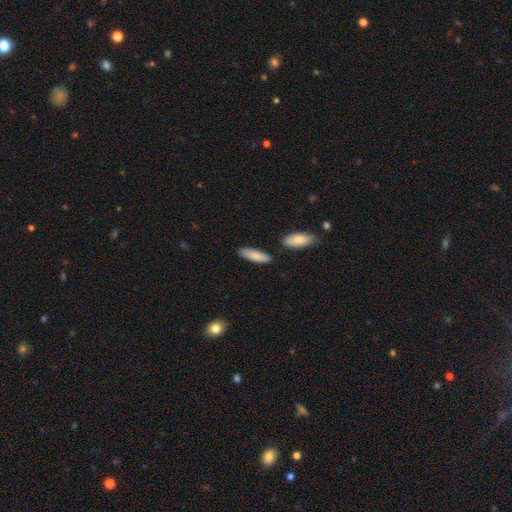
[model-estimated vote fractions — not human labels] smooth_or_featured: smooth (p=0.84) [alt: featured or disk p=0.11]
how_rounded: in between (p=0.57) [alt: cigar-shaped p=0.41]
merging: none (p=0.80) [alt: minor disturbance p=0.12]